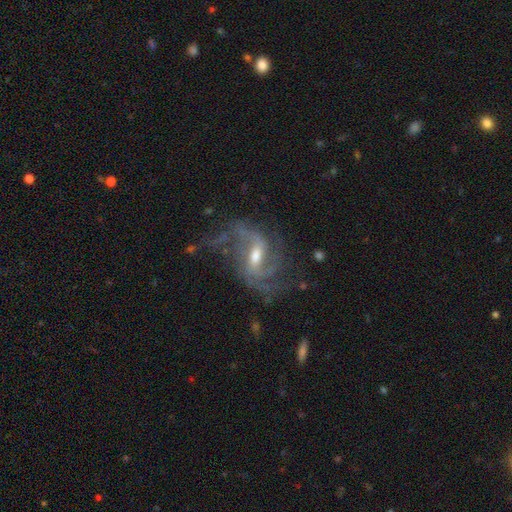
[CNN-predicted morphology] A featured or disk galaxy (88%) with a weak bar (53%), 2 (54%) medium (44%) spiral arms (96%) and a moderate central bulge (61%).

Vote fractions:
- Smooth or featured? featured or disk: 88% / star or artifact: 6% / smooth: 6%
- Edge-on disk? no: 97% / yes: 3%
- Bar? weak: 53% / strong: 30% / no: 17%
- Spiral arms? yes: 96% / no: 4%
- Spiral winding? medium: 44% / loose: 42% / tight: 15%
- Spiral arm count? 2: 54% / 3: 17% / can't tell: 13% / 4: 6% / 1: 5% / more than 4: 4%
- Bulge size? moderate: 61% / small: 29% / large: 7% / none: 3% / dominant: 1%
- Merging? none: 54% / major disturbance: 23% / minor disturbance: 20% / merger: 3%